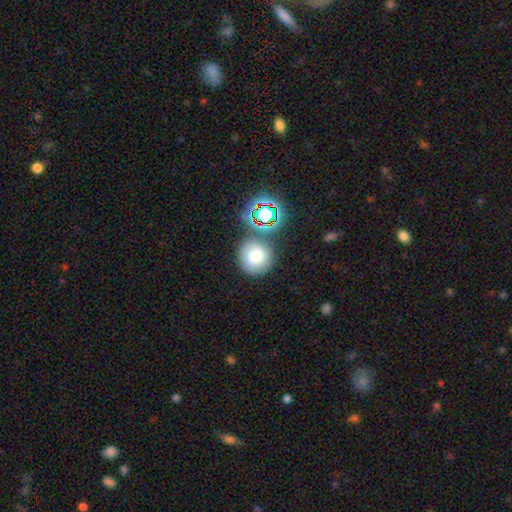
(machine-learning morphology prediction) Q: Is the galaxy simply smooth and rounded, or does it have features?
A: smooth — 71%.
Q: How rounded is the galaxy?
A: round — 91%.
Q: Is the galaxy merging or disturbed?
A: none — 73%.